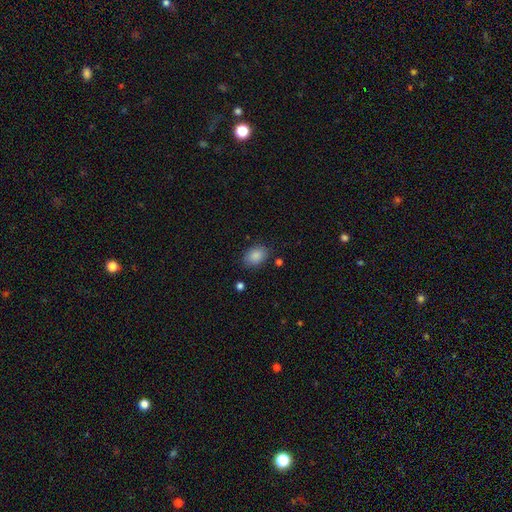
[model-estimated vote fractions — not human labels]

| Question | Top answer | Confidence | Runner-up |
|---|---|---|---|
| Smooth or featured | smooth | 88% | star or artifact (8%) |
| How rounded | in between | 77% | round (22%) |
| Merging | none | 83% | minor disturbance (12%) |